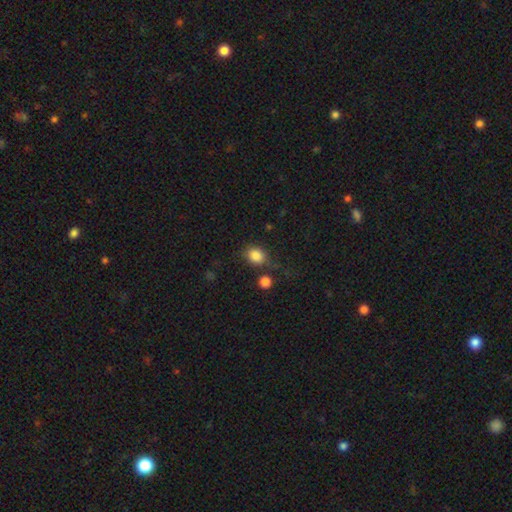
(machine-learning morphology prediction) Q: Smooth or featured?
A: smooth (84%); runner-up: star or artifact (10%)
Q: How rounded?
A: round (64%); runner-up: in between (35%)
Q: Merging?
A: none (67%); runner-up: minor disturbance (16%)